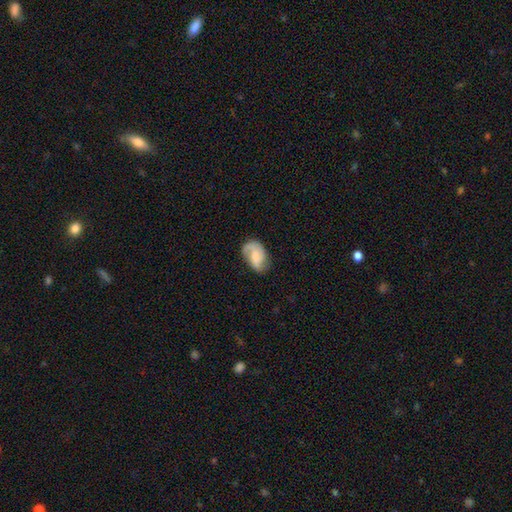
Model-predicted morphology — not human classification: Overall: featured or disk (56%; smooth 37%). Edge-on disk: no (97%). Bar: weak (45%; no 42%). Spiral arms: yes (90%). Bulge size: none (33%; small 28%). Merging: none (62%; minor disturbance 25%).